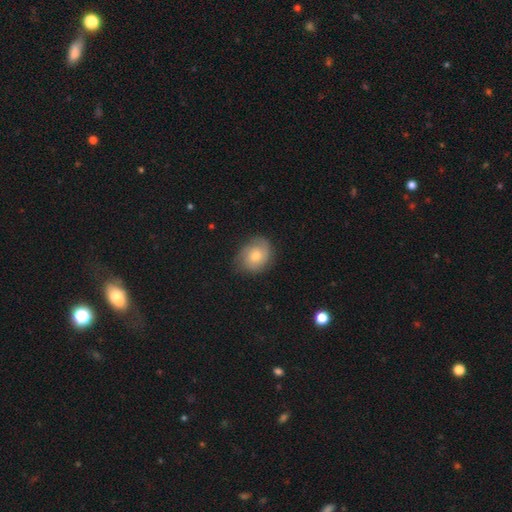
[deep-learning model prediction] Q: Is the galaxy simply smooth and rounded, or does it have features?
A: smooth — 54%.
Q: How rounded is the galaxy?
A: round — 58%.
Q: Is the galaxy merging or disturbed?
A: none — 69%.